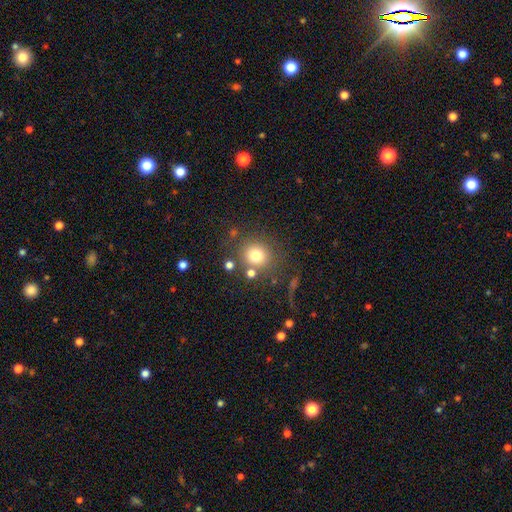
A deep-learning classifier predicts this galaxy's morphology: A smooth galaxy with no disk features (77%) that is round (89%). Merging: none (75%).